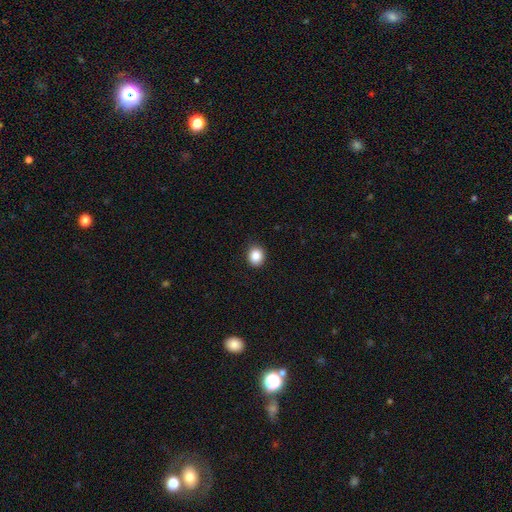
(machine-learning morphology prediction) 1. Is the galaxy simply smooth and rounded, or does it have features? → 88% smooth, 9% star or artifact, 3% featured or disk.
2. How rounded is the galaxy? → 71% round, 28% in between, 1% cigar-shaped.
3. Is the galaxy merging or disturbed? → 89% none, 8% minor disturbance, 2% major disturbance, 1% merger.